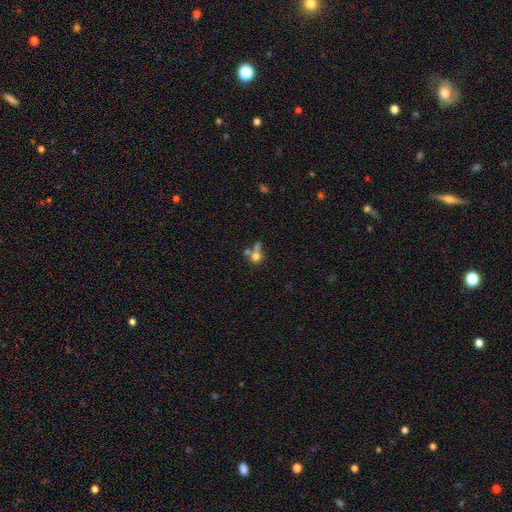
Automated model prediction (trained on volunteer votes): This appears to be a smooth galaxy with no disk features (70%) that is round (72%). Merging: merger (49%).